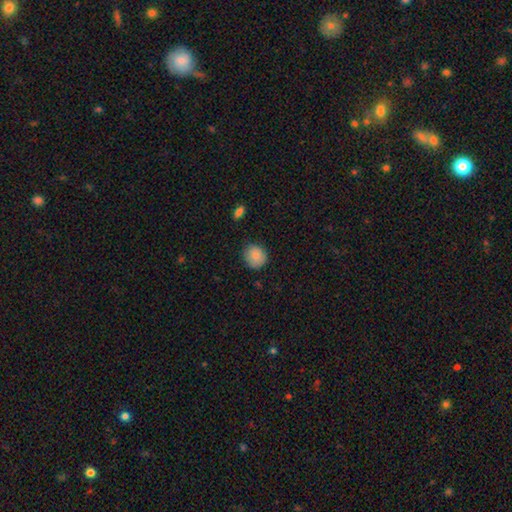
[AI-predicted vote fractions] smooth 85%, star or artifact 8%, featured or disk 7%. Down the decision tree: how rounded — round (79%); merging — none (80%).